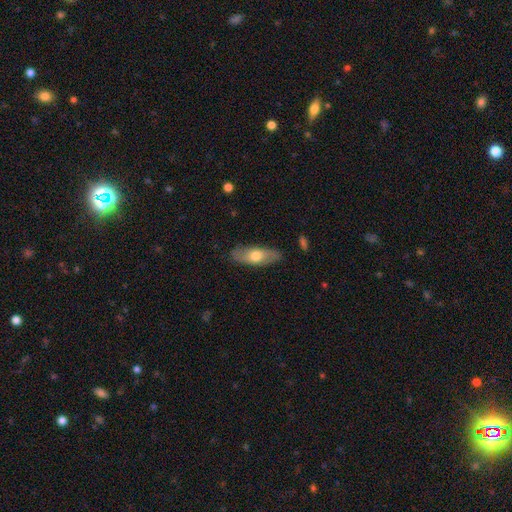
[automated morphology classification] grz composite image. It shows a smooth galaxy with no disk features (55%) that is in between round and cigar-shaped (71%). Merging: none (83%).